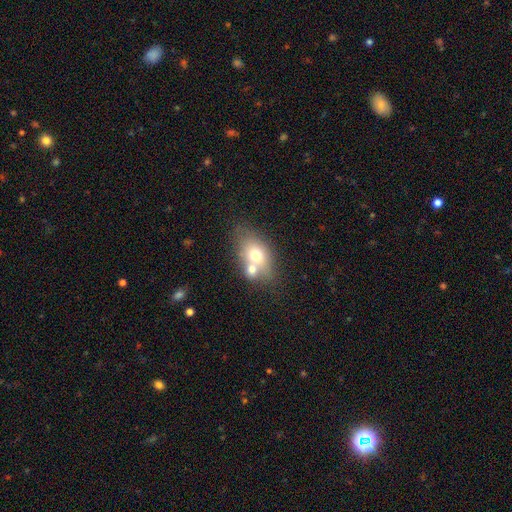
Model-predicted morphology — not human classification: This appears to be a smooth galaxy with no disk features (65%) that is in between round and cigar-shaped (74%). Merging: merger (49%).